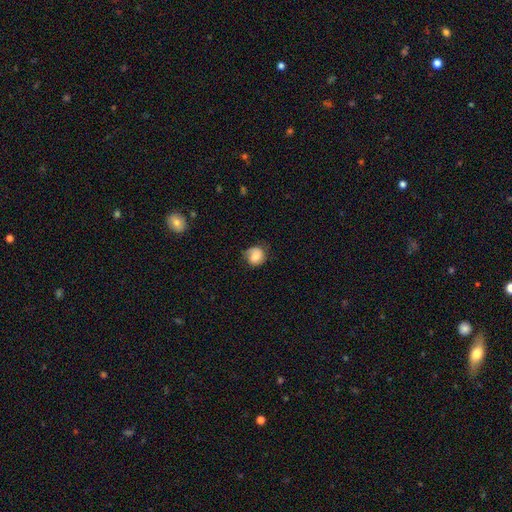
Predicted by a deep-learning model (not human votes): Smooth or featured: smooth — 70% (featured or disk — 21%)
How rounded: round — 76% (in between — 24%)
Merging: none — 59% (minor disturbance — 29%)